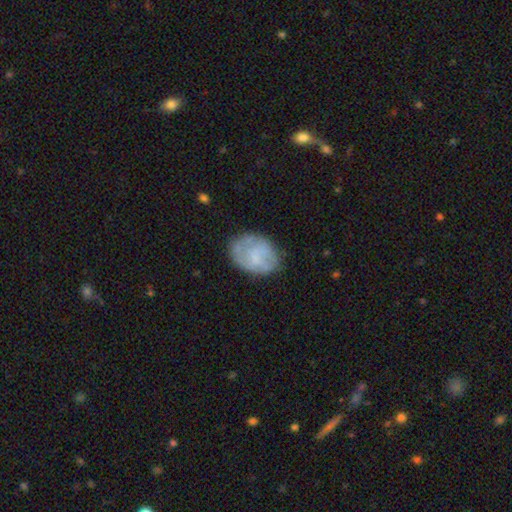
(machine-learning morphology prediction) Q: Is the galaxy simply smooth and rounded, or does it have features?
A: smooth — 47%.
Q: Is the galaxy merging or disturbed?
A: none — 68%.